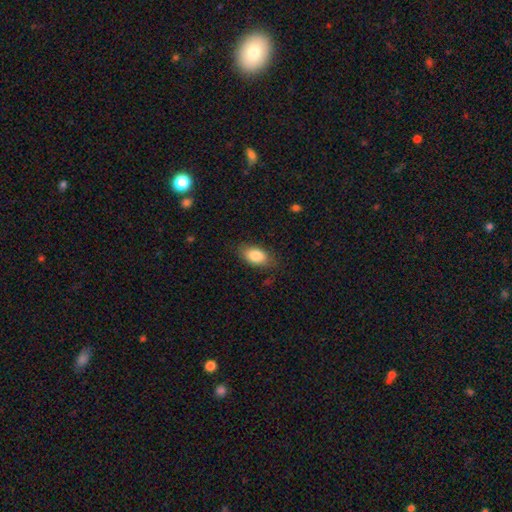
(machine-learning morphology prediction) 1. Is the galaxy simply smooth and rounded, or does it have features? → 84% smooth, 9% featured or disk, 7% star or artifact.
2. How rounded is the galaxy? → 90% in between, 7% round, 3% cigar-shaped.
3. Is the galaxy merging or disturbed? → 79% none, 16% minor disturbance, 4% major disturbance, 1% merger.